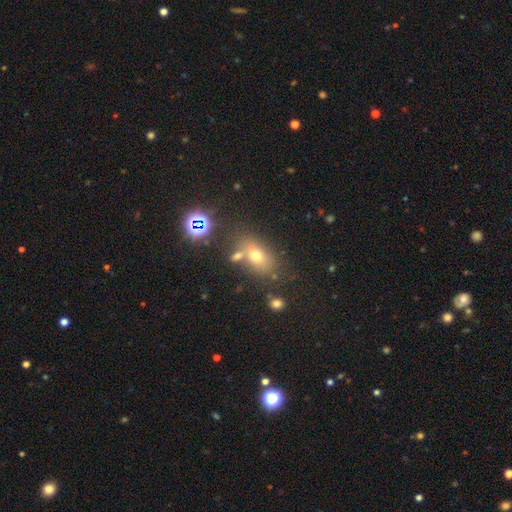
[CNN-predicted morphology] Overall: smooth (64%). How rounded: in between (74%). Merging: none (59%; merger 20%).